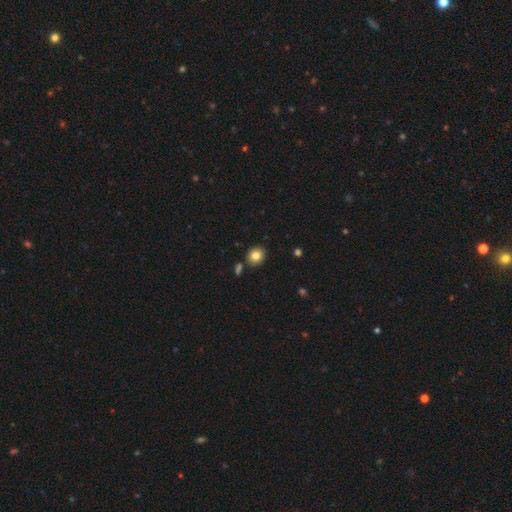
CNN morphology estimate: Smooth or featured: smooth — 83% (star or artifact — 10%)
How rounded: round — 74% (in between — 25%)
Merging: none — 84% (minor disturbance — 8%)